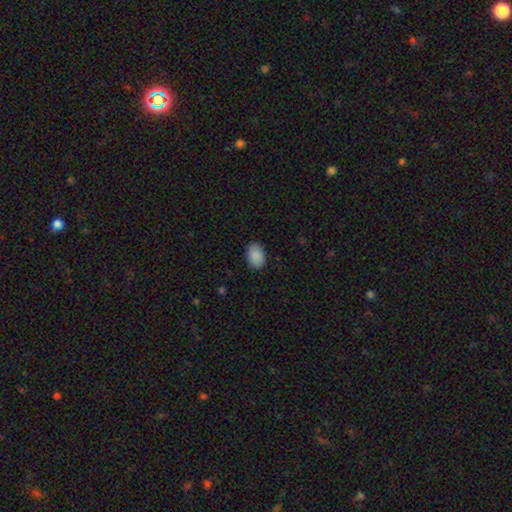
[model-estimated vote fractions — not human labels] Q: Smooth or featured?
A: smooth (90%); runner-up: star or artifact (7%)
Q: How rounded?
A: in between (86%); runner-up: round (13%)
Q: Merging?
A: none (86%); runner-up: minor disturbance (10%)